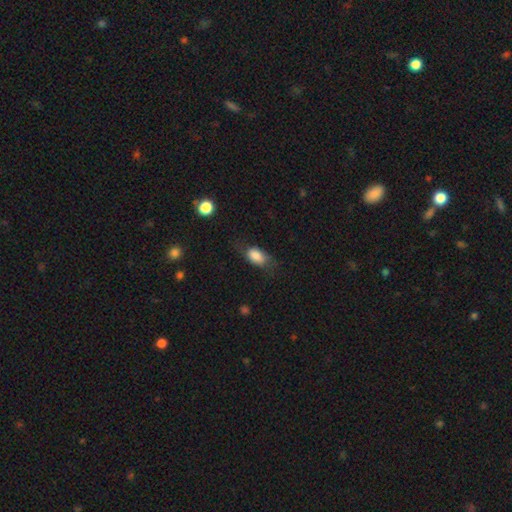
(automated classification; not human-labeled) Smooth or featured? smooth (81%)
How rounded? in between (86%)
Merging? none (58%)